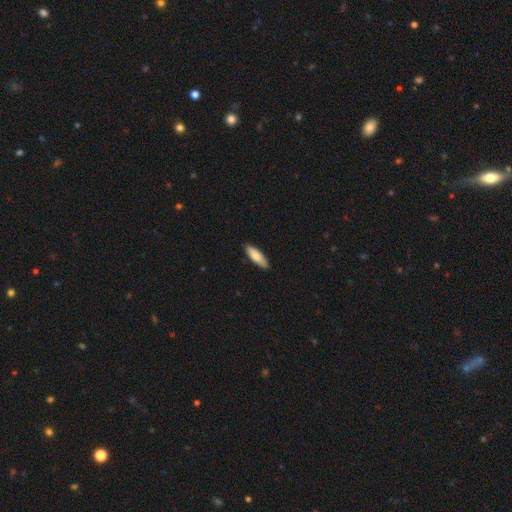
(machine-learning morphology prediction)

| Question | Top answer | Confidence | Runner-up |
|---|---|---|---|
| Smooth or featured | smooth | 81% | featured or disk (13%) |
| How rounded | cigar-shaped | 53% | in between (45%) |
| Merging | none | 88% | minor disturbance (9%) |